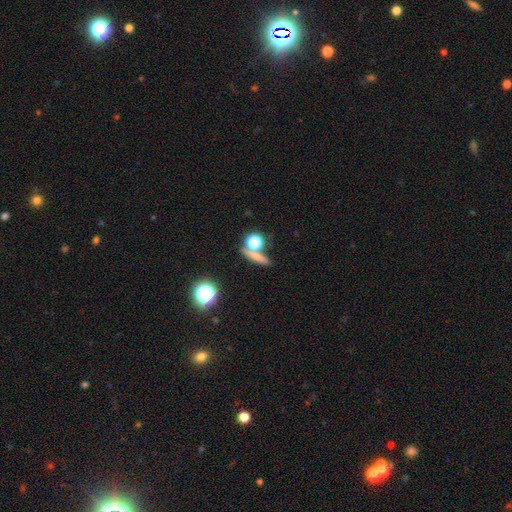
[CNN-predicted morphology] The model was most divided on "how rounded": cigar-shaped: 50%, round: 32%, in between: 19%. More confident: merging — none (68%); smooth or featured — smooth (64%).